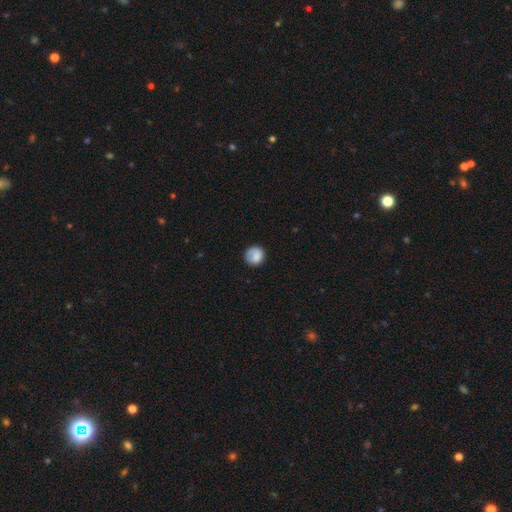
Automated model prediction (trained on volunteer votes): This appears to be a smooth galaxy with no disk features (83%) that is round (91%). Merging: none (78%).